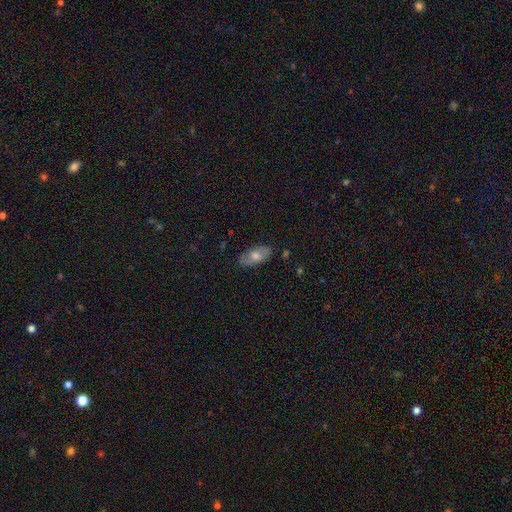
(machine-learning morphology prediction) This appears to be a smooth galaxy with no disk features (51%) that is in between round and cigar-shaped (89%). Merging: none (83%).